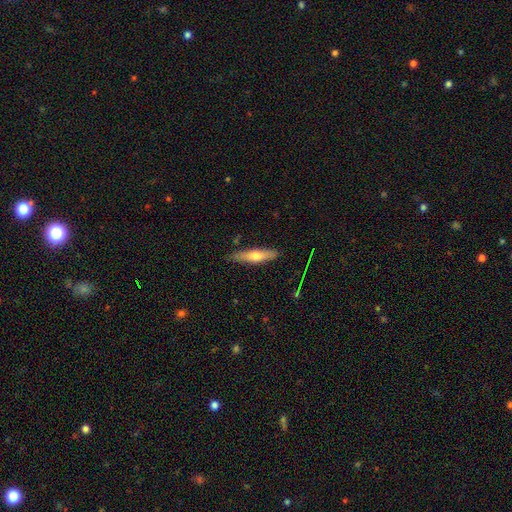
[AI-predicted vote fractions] smooth-or-featured: smooth: 56% | featured or disk: 38% | star or artifact: 6%
  how-rounded: cigar-shaped: 80% | in between: 18% | round: 2%
  merging: none: 84% | minor disturbance: 12% | major disturbance: 2% | merger: 2%